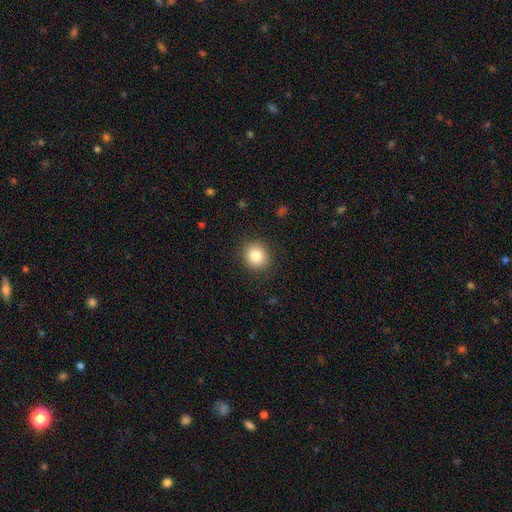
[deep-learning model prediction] A smooth galaxy with no disk features (85%) that is round (78%).

Vote fractions:
- Smooth or featured? smooth: 85% / star or artifact: 9% / featured or disk: 6%
- How rounded? round: 78% / in between: 22% / cigar-shaped: 1%
- Merging? none: 89% / minor disturbance: 8% / major disturbance: 3% / merger: 1%